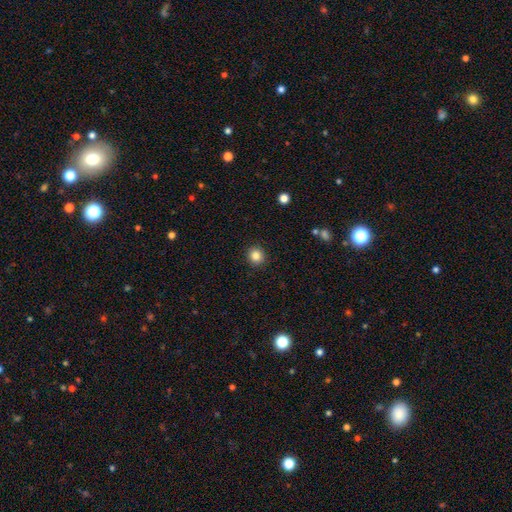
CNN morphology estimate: Smooth or featured? smooth (84%)
How rounded? round (92%)
Merging? none (92%)